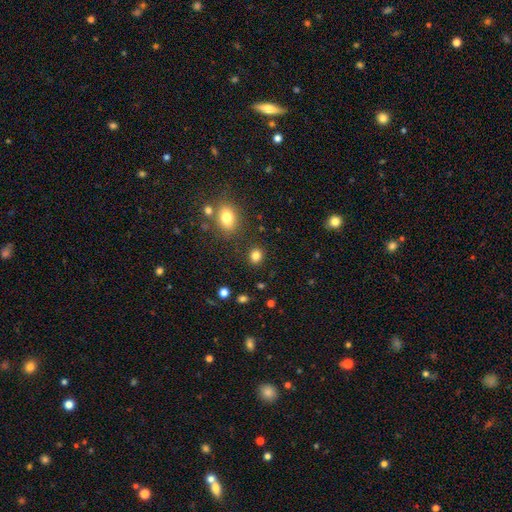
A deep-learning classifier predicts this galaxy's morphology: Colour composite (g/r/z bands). It shows a smooth galaxy with no disk features (83%) that is round (69%). Merging: none (87%).